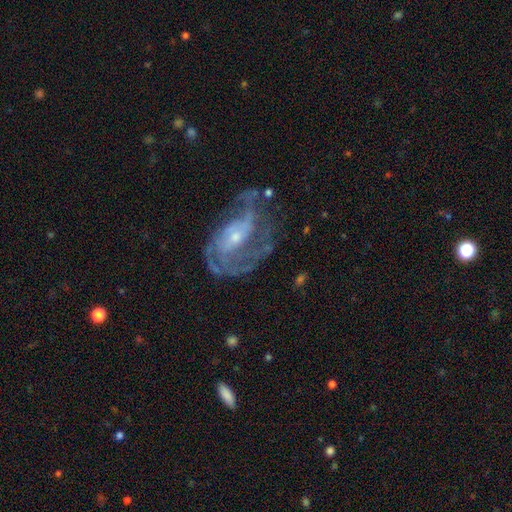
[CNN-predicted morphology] featured or disk 80%, star or artifact 11%, smooth 9%. Down the decision tree: edge-on disk — no (95%); bar — no (45%); spiral arms — yes (91%); spiral arm count — 2 (43%); spiral winding — tight (43%); bulge size — small (62%); merging — none (57%).